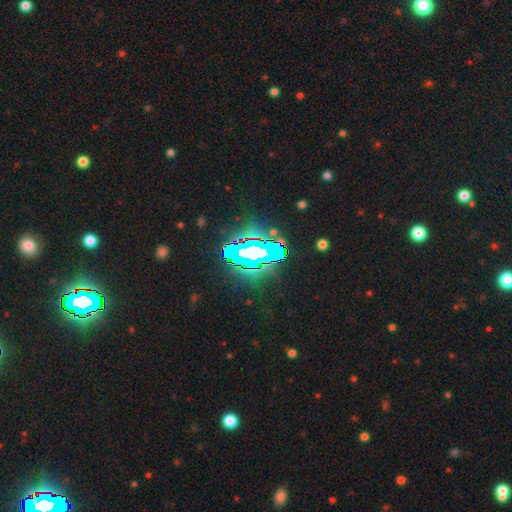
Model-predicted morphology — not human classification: type=star or artifact (64%).